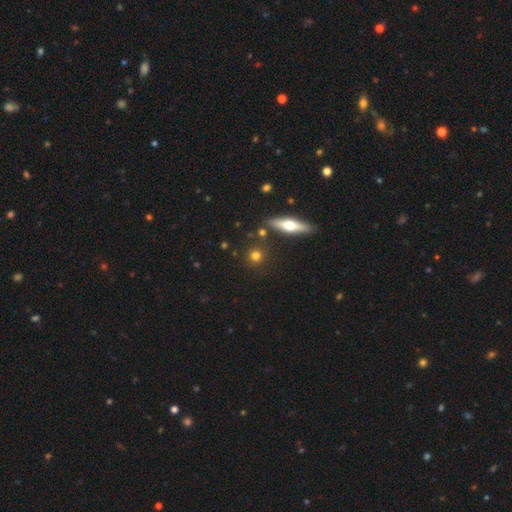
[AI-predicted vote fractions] Smooth or featured? smooth (73%)
How rounded? round (87%)
Merging? none (85%)